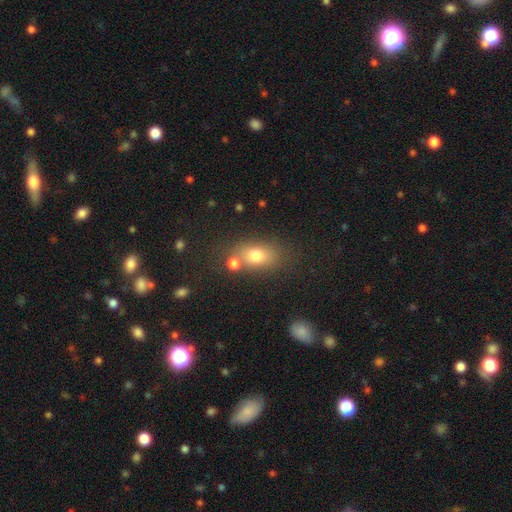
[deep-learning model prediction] smooth 75%, featured or disk 13%, star or artifact 12%. Down the decision tree: how rounded — in between (73%); merging — none (63%).